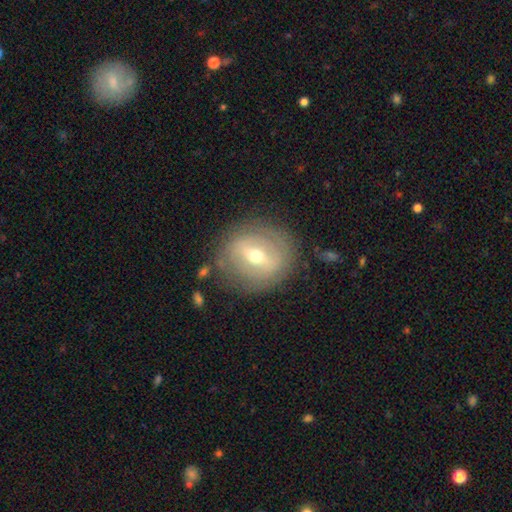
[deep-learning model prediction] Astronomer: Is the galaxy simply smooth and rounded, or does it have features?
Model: featured or disk — 63%.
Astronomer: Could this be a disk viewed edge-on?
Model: no — 90%.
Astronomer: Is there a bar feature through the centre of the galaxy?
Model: strong — 44% (runner-up: weak, 40%).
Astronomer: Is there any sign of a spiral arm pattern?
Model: no — 61% (runner-up: yes, 39%).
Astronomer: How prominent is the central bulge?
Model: moderate — 63%.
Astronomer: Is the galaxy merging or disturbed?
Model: none — 79%.